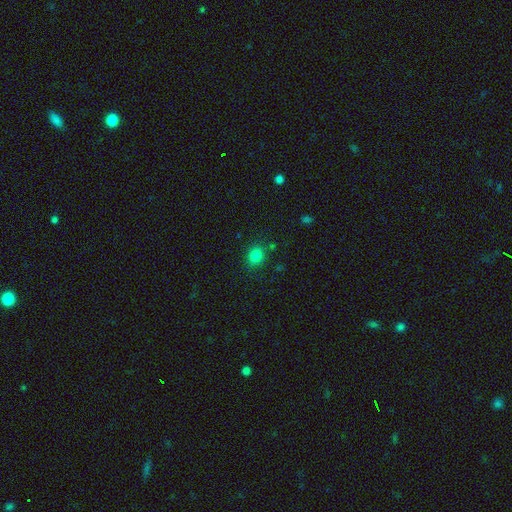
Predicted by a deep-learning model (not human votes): smooth 81%, star or artifact 13%, featured or disk 5%. Down the decision tree: how rounded — round (65%); merging — none (83%).